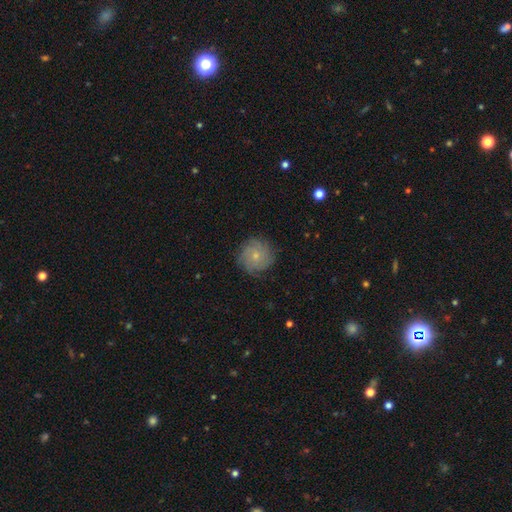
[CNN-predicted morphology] Overall: featured or disk (49%; smooth 41%). Merging: none (81%).